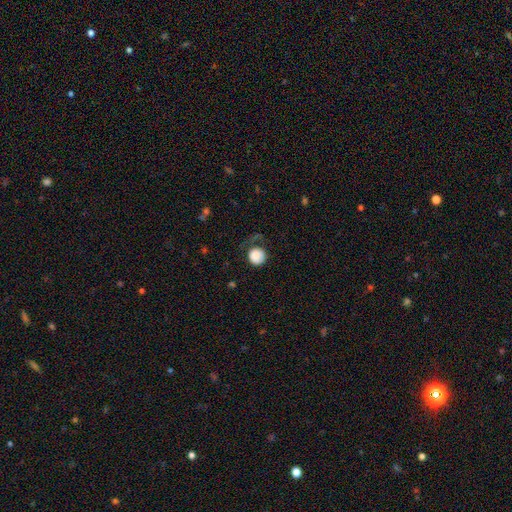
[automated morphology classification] This appears to be a smooth galaxy with no disk features (84%) that is round (91%). Merging: none (52%).